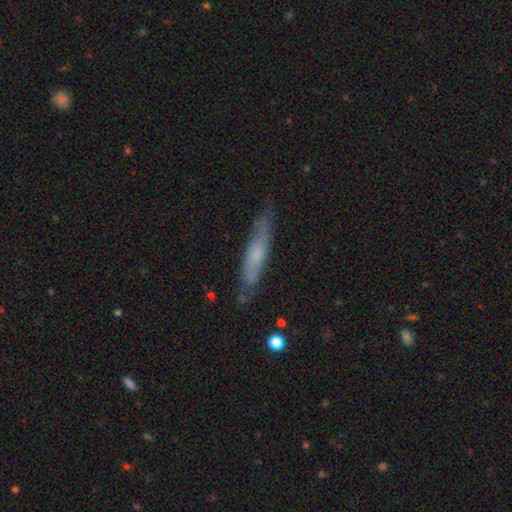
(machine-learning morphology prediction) smooth-or-featured: smooth: 48% | featured or disk: 45% | star or artifact: 7%
  merging: none: 76% | minor disturbance: 19% | major disturbance: 4% | merger: 2%